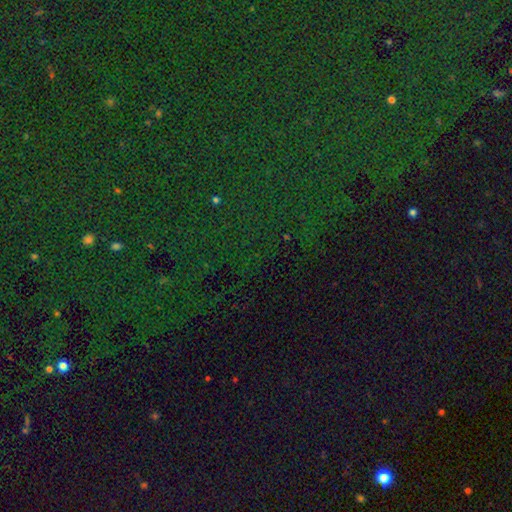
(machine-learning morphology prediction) A star or artifact, not a galaxy (84%).

Vote fractions:
- Smooth or featured? star or artifact: 84% / smooth: 9% / featured or disk: 7%